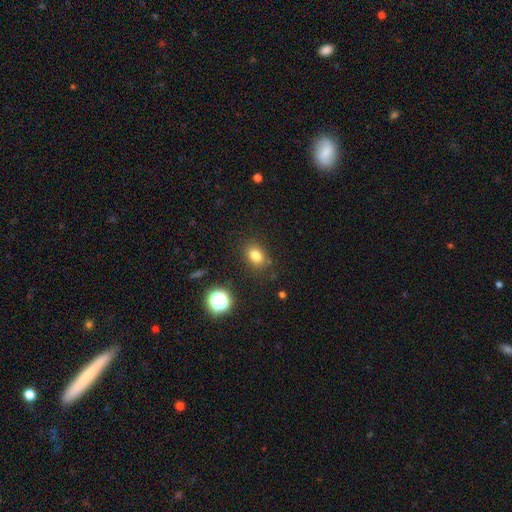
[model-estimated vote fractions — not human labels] A smooth galaxy with no disk features (79%) that is in between round and cigar-shaped (65%).

Vote fractions:
- Smooth or featured? smooth: 79% / star or artifact: 14% / featured or disk: 7%
- How rounded? in between: 65% / round: 34% / cigar-shaped: 1%
- Merging? none: 84% / minor disturbance: 11% / major disturbance: 3% / merger: 2%